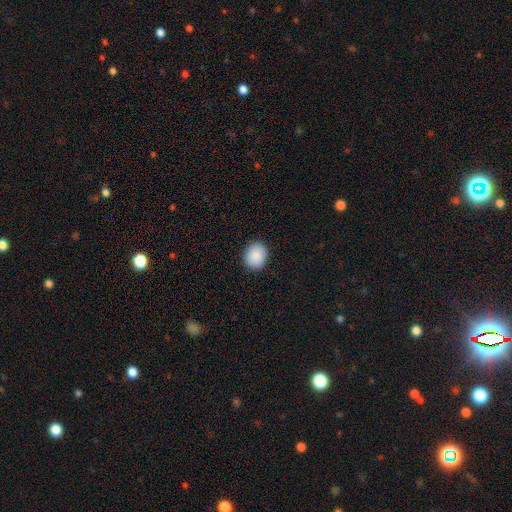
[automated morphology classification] The model was most divided on "how rounded": round: 59%, in between: 40%, cigar-shaped: 1%. More confident: merging — none (90%); smooth or featured — smooth (90%).